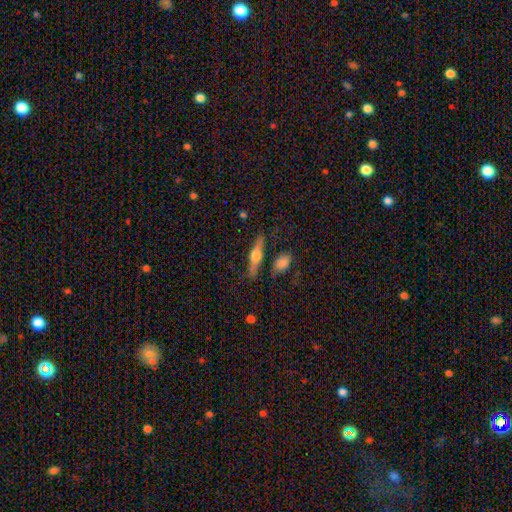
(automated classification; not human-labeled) Smooth or featured? featured or disk (53%)
Edge-on disk? yes (93%)
Merging? none (78%)